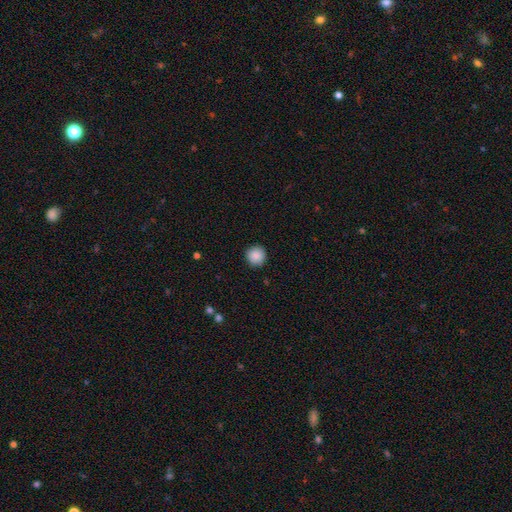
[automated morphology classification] Smooth or featured? smooth (89%)
How rounded? round (95%)
Merging? none (92%)